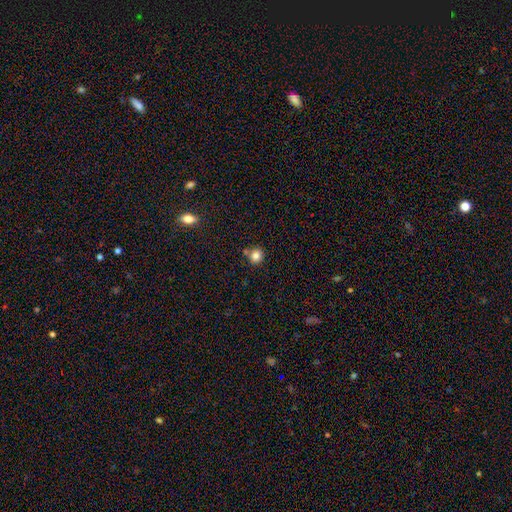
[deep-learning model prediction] Morphology: type=smooth (83%); roundness=round (89%); merging=none (76%).